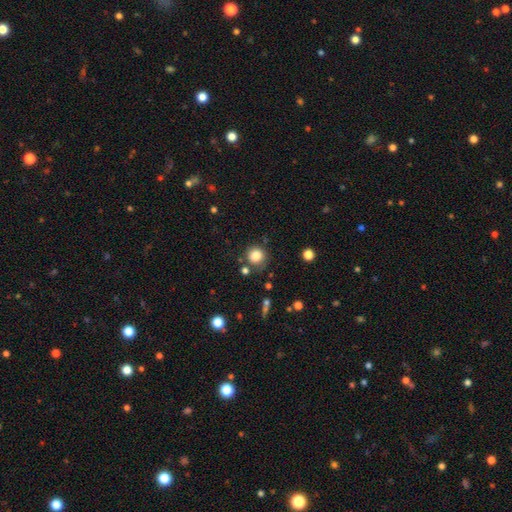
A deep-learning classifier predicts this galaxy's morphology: Q: Smooth or featured?
A: smooth (83%); runner-up: star or artifact (11%)
Q: How rounded?
A: round (92%); runner-up: in between (7%)
Q: Merging?
A: none (78%); runner-up: minor disturbance (12%)